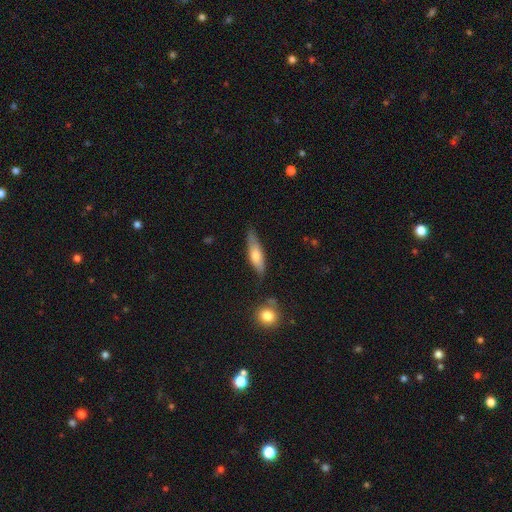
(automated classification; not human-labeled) Q: Smooth or featured?
A: smooth (59%); runner-up: featured or disk (35%)
Q: How rounded?
A: cigar-shaped (65%); runner-up: in between (33%)
Q: Merging?
A: none (69%); runner-up: minor disturbance (22%)